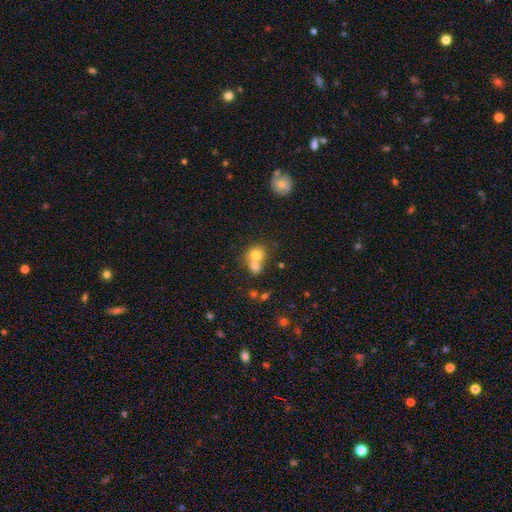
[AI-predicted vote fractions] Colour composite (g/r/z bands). It shows a smooth galaxy with no disk features (73%) that is round (73%). Merging: merger (60%).